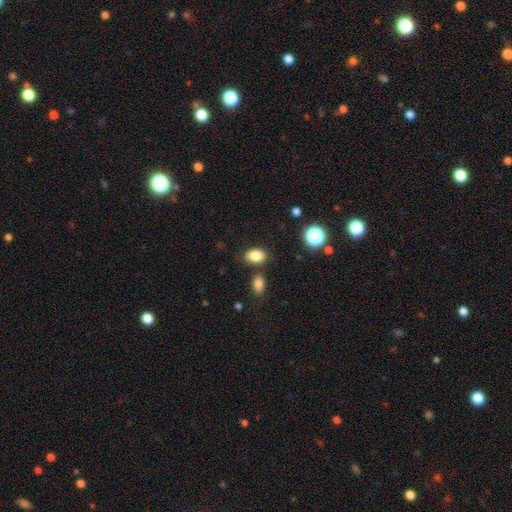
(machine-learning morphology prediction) A smooth galaxy with no disk features (83%) that is in between round and cigar-shaped (81%).

Vote fractions:
- Smooth or featured? smooth: 83% / star or artifact: 10% / featured or disk: 7%
- How rounded? in between: 81% / round: 17% / cigar-shaped: 1%
- Merging? none: 77% / minor disturbance: 12% / merger: 8% / major disturbance: 3%